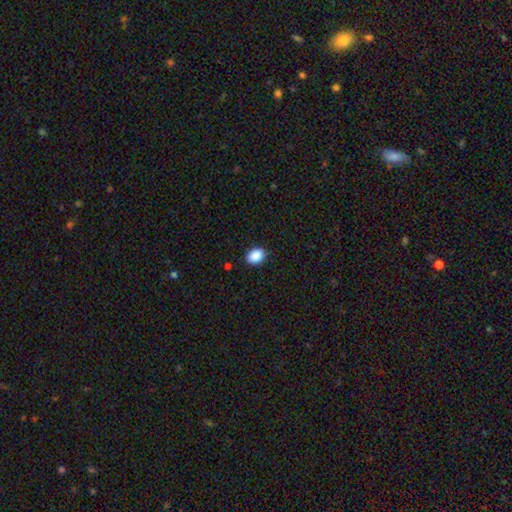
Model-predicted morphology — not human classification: type=smooth (90%); roundness=in between (82%); merging=none (88%).